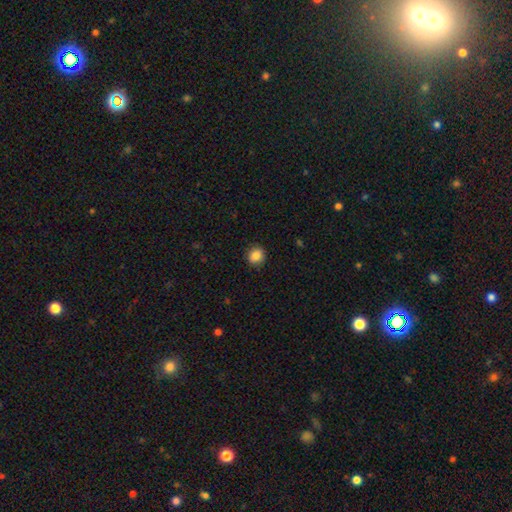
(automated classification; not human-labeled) Smooth or featured? smooth (86%)
How rounded? round (82%)
Merging? none (89%)